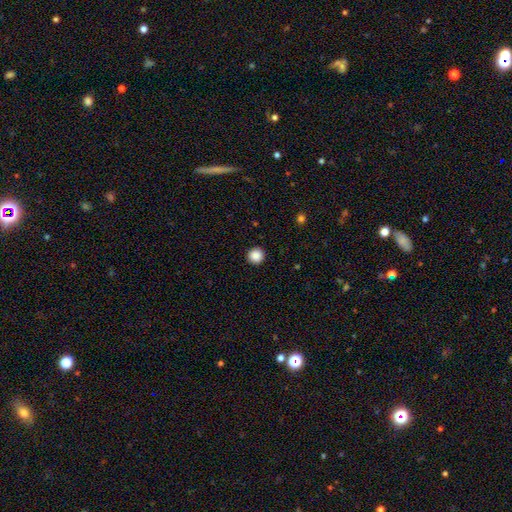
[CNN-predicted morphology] The model was most divided on "smooth or featured": smooth: 88%, star or artifact: 10%, featured or disk: 3%. More confident: how rounded — round (96%); merging — none (93%).